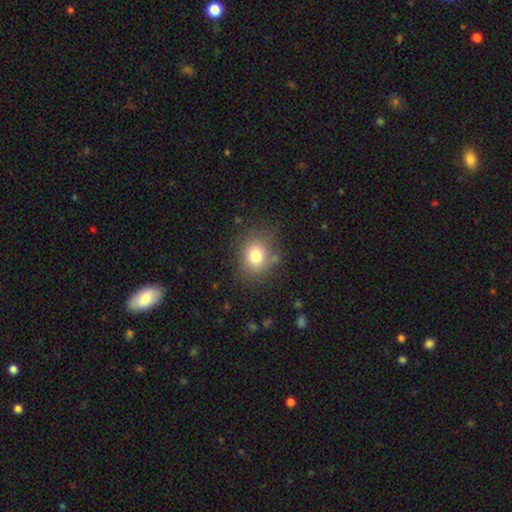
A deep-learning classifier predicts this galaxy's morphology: A smooth galaxy with no disk features (77%) that is round (68%).

Vote fractions:
- Smooth or featured? smooth: 77% / star or artifact: 12% / featured or disk: 11%
- How rounded? round: 68% / in between: 31% / cigar-shaped: 1%
- Merging? none: 77% / minor disturbance: 13% / major disturbance: 5% / merger: 4%